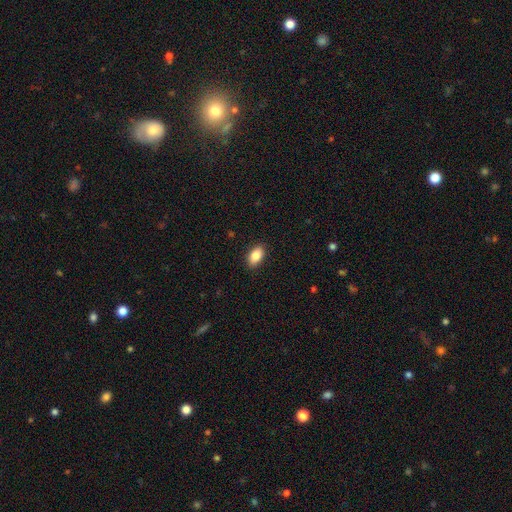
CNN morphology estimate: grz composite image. It shows a smooth galaxy with no disk features (87%) that is in between round and cigar-shaped (92%). Merging: none (89%).